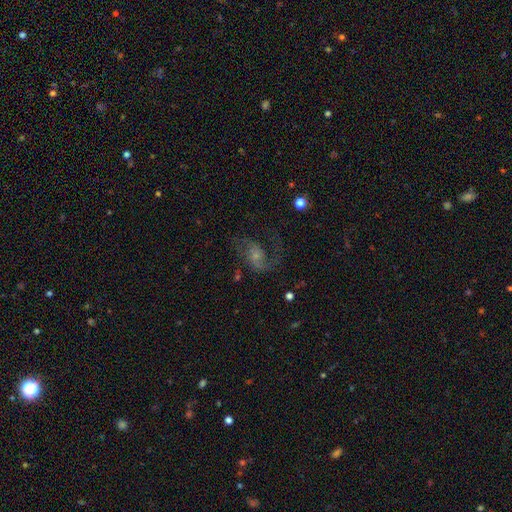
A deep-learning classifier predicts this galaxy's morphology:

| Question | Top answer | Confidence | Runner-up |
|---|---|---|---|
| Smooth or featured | featured or disk | 76% | smooth (15%) |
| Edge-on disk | no | 98% | yes (2%) |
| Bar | no | 64% | weak (30%) |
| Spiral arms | yes | 90% | no (10%) |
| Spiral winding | loose | 50% | medium (40%) |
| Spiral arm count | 2 | 67% | 1 (21%) |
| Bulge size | small | 63% | moderate (23%) |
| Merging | none | 51% | major disturbance (29%) |